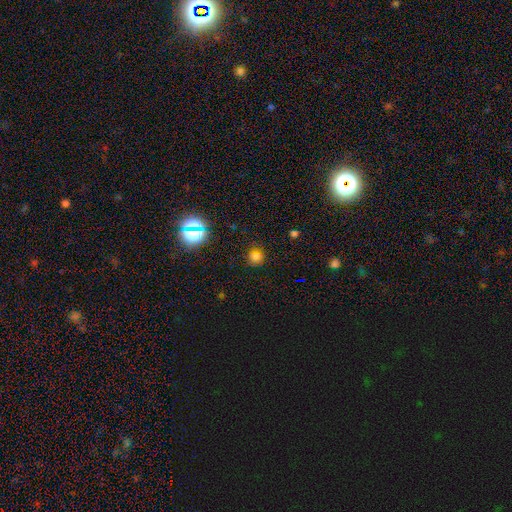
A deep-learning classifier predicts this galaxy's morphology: This is likely a smooth galaxy (67%). How rounded: clearly round (81%). Merging: clearly none (81%).